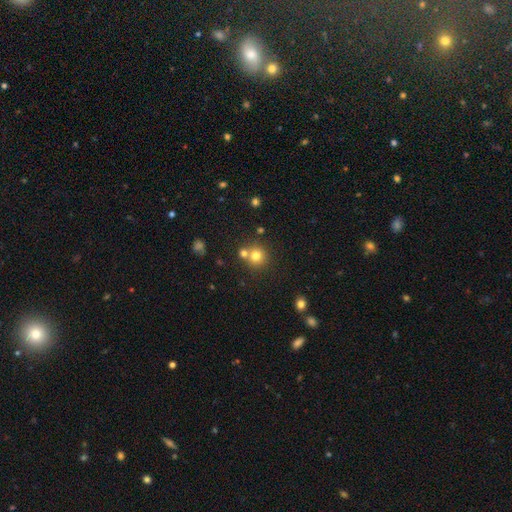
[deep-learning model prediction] Smooth or featured?
  - smooth: 74% *
  - star or artifact: 15%
  - featured or disk: 11%
How rounded?
  - round: 91% *
  - in between: 8%
  - cigar-shaped: 1%
Merging?
  - none: 62% *
  - merger: 28%
  - minor disturbance: 7%
  - major disturbance: 3%